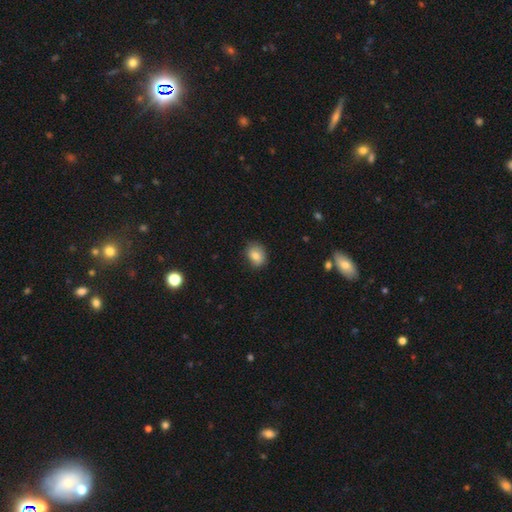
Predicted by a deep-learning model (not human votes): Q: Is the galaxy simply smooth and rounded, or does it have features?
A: smooth — 80%.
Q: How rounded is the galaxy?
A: in between — 56%.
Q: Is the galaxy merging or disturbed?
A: none — 74%.